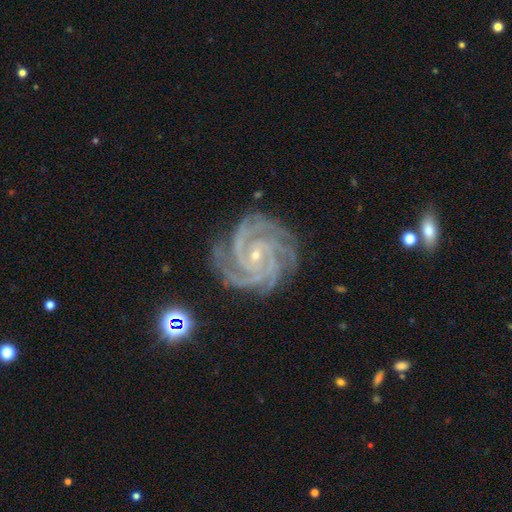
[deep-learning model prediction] Smooth or featured? Predicted: featured or disk (p=0.93). Edge-on disk? Predicted: no (p=0.98). Bar? Predicted: no (p=0.57). Spiral arms? Predicted: yes (p=0.99). Spiral winding? Predicted: tight (p=0.80). Spiral arm count? Predicted: 4 (p=0.37). Bulge size? Predicted: small (p=0.83). Merging? Predicted: none (p=0.81).